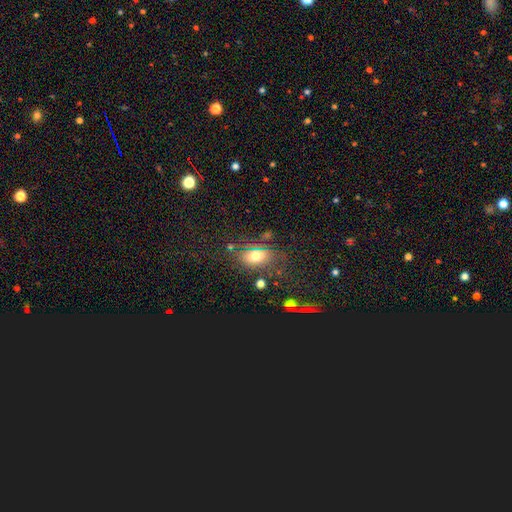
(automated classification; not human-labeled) smooth 67%, star or artifact 18%, featured or disk 15%. Down the decision tree: how rounded — in between (75%); merging — none (69%).